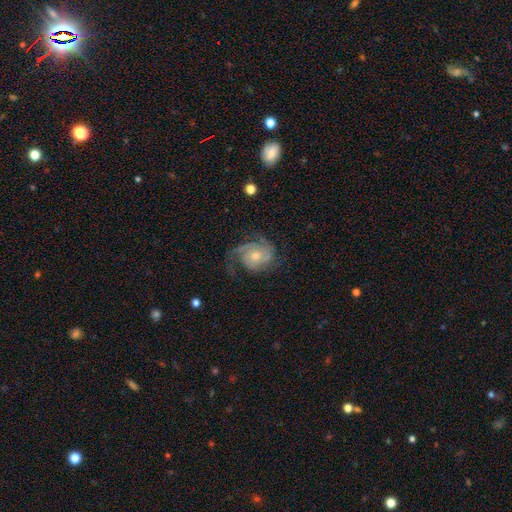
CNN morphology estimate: smooth_or_featured: featured or disk (p=0.83) [alt: smooth p=0.11]
disk_edge_on: no (p=0.98) [alt: yes p=0.02]
bar: no (p=0.73) [alt: weak p=0.24]
has_spiral_arms: yes (p=0.95) [alt: no p=0.05]
spiral_winding: medium (p=0.42) [alt: tight p=0.41]
spiral_arm_count: 2 (p=0.35) [alt: 3 p=0.27]
bulge_size: small (p=0.47) [tied with: moderate p=0.47]
merging: none (p=0.59) [alt: minor disturbance p=0.20]